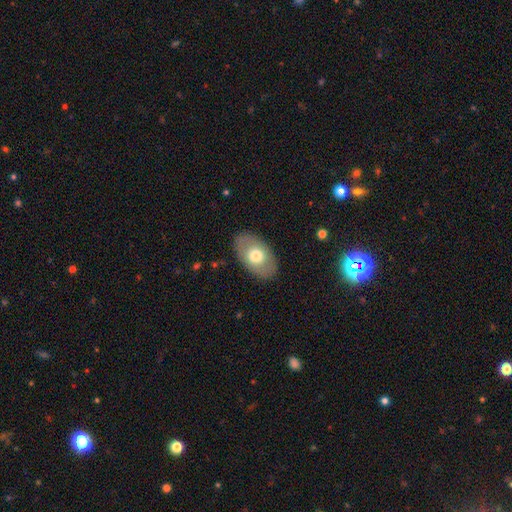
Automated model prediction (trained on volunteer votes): Smooth or featured? Predicted: smooth (p=0.63). How rounded? Predicted: in between (p=0.90). Merging? Predicted: none (p=0.86).